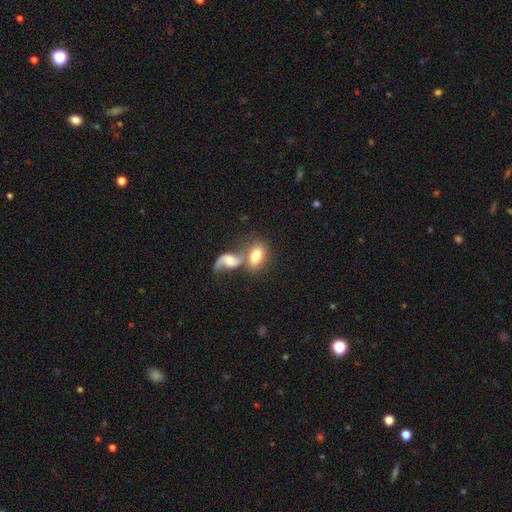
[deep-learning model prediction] Morphology: type=smooth (71%); roundness=in between (86%); merging=merger (55%).